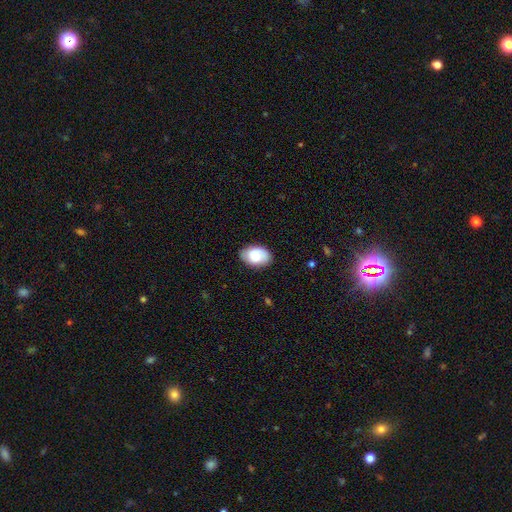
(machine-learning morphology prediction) Smooth or featured? smooth (73%)
How rounded? in between (88%)
Merging? none (81%)